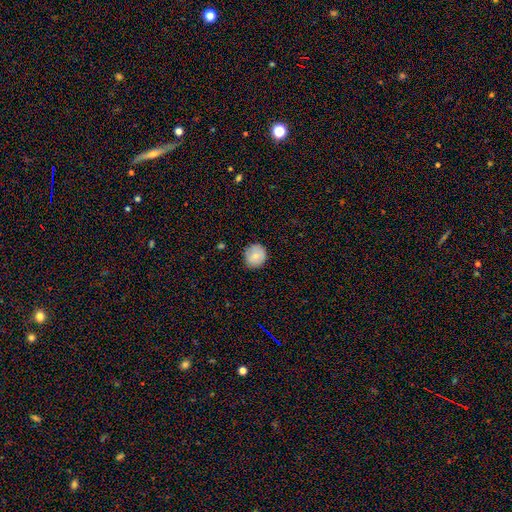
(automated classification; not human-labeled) smooth_or_featured: smooth (p=0.76) [alt: featured or disk p=0.16]
how_rounded: round (p=0.87) [alt: in between p=0.12]
merging: none (p=0.84) [alt: minor disturbance p=0.13]